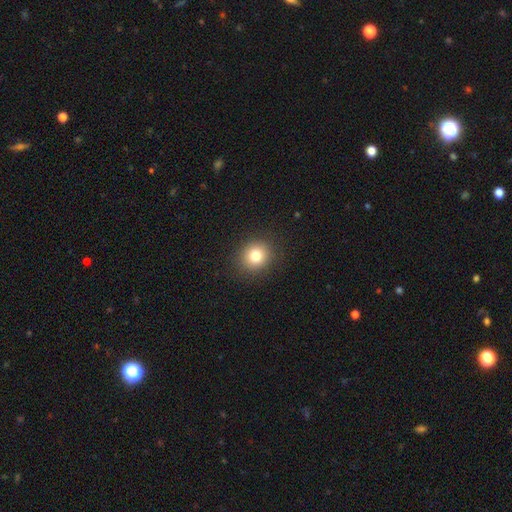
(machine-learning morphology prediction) smooth-or-featured: smooth: 80% | star or artifact: 12% | featured or disk: 8%
  how-rounded: round: 83% | in between: 16% | cigar-shaped: 1%
  merging: none: 90% | minor disturbance: 6% | major disturbance: 3% | merger: 1%